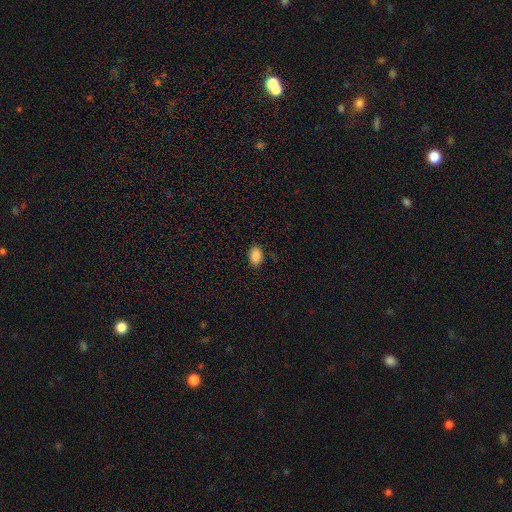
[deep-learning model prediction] smooth_or_featured: smooth (p=0.86) [alt: star or artifact p=0.08]
how_rounded: in between (p=0.85) [alt: round p=0.14]
merging: none (p=0.87) [alt: minor disturbance p=0.10]